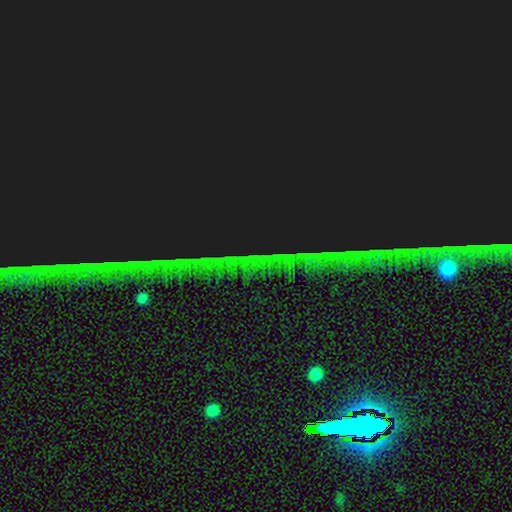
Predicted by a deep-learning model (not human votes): A star or artifact, not a galaxy (87%).

Vote fractions:
- Smooth or featured? star or artifact: 87% / smooth: 7% / featured or disk: 6%